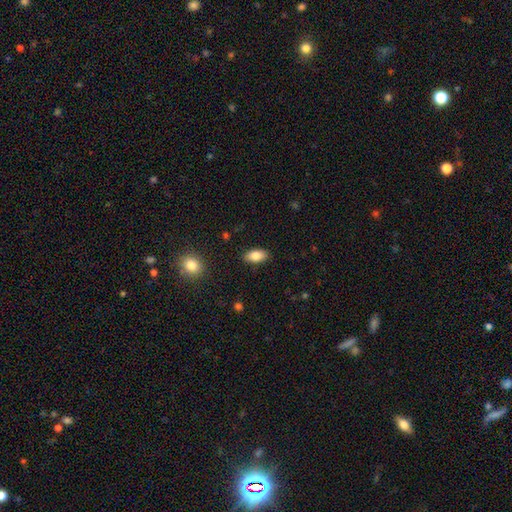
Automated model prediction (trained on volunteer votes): Smooth or featured?
  - smooth: 83% *
  - featured or disk: 9%
  - star or artifact: 8%
How rounded?
  - in between: 91% *
  - cigar-shaped: 5%
  - round: 4%
Merging?
  - none: 88% *
  - minor disturbance: 9%
  - major disturbance: 2%
  - merger: 1%